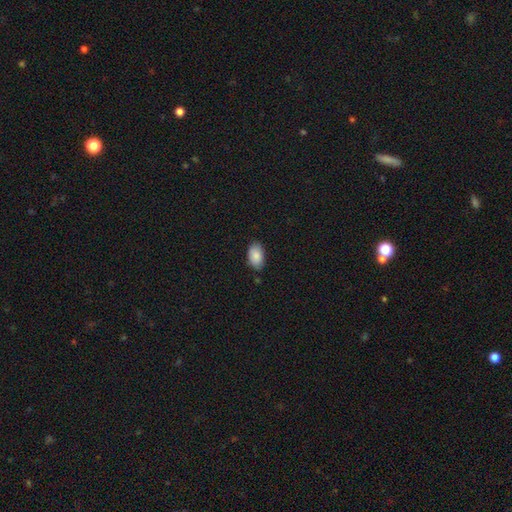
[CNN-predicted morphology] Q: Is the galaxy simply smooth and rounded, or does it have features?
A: smooth — 87%.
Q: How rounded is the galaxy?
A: in between — 93%.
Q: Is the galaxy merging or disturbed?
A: none — 79%.